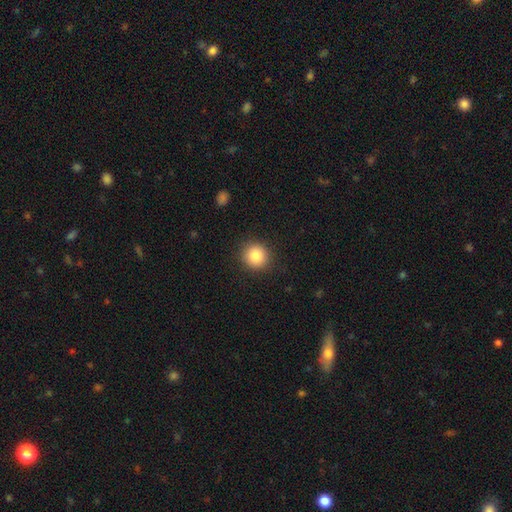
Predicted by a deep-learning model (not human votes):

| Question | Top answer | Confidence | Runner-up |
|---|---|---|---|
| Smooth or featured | smooth | 86% | star or artifact (10%) |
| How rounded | round | 91% | in between (8%) |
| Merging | none | 90% | minor disturbance (7%) |